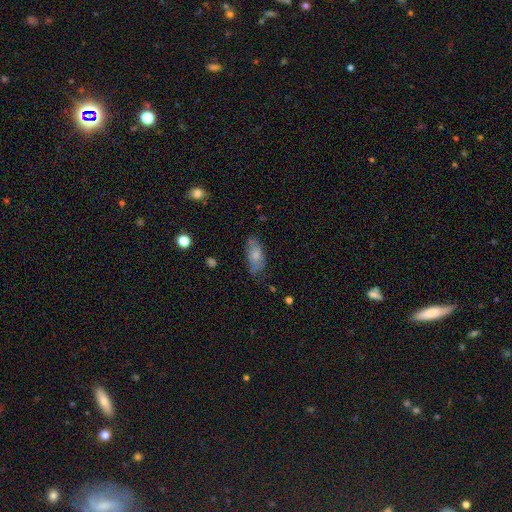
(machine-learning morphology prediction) This appears to be a smooth galaxy with no disk features (71%) that is in between round and cigar-shaped (87%). Merging: none (63%).